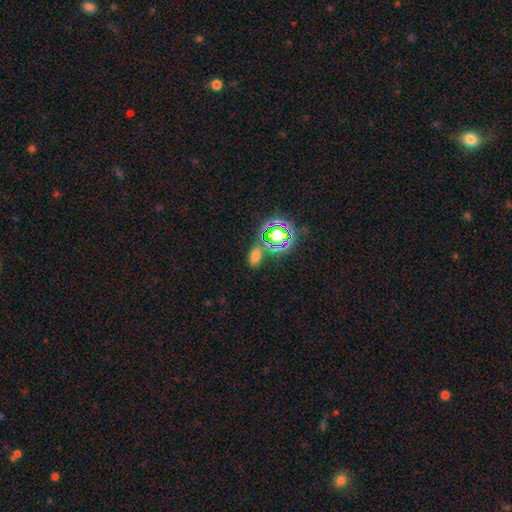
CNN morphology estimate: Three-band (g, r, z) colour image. It shows a smooth galaxy with no disk features (61%) that is in between round and cigar-shaped (81%). Merging: none (71%).